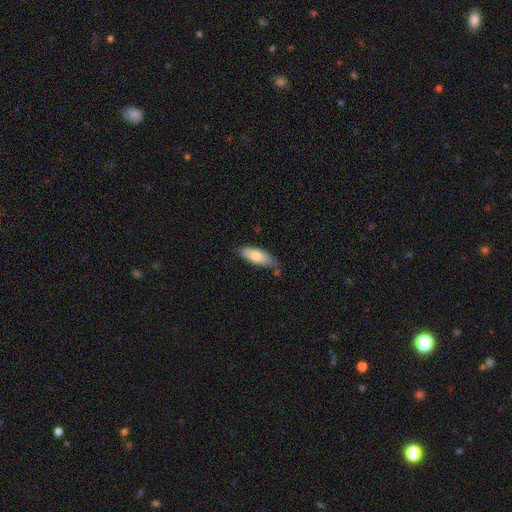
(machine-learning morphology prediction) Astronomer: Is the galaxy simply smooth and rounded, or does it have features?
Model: smooth — 77%.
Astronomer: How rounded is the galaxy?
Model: in between — 69%.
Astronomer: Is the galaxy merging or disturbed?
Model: none — 64%.